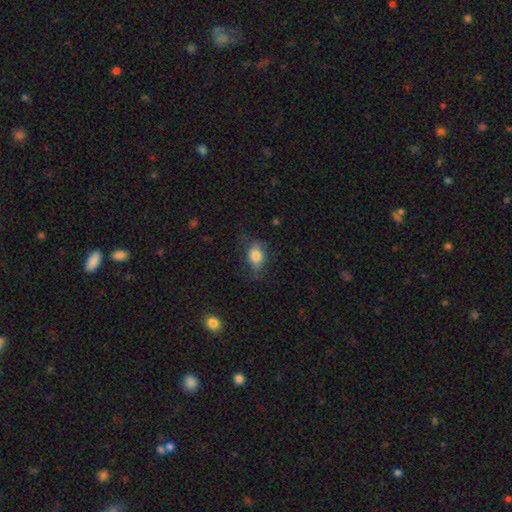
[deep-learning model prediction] Smooth or featured? smooth (80%)
How rounded? in between (81%)
Merging? none (62%)